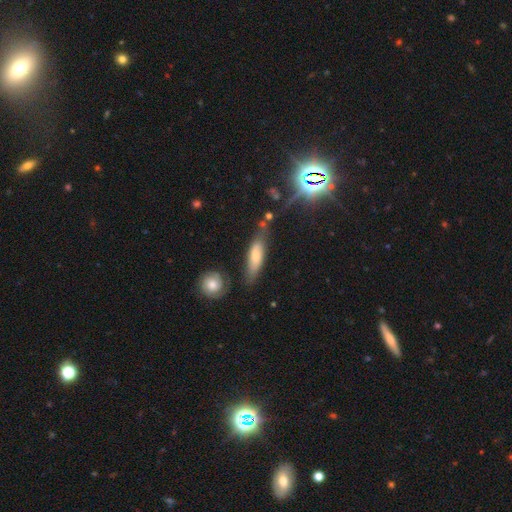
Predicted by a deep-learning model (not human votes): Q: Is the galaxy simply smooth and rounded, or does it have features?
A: smooth — 64%.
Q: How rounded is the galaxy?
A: cigar-shaped — 57%.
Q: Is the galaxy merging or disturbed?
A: none — 60%.